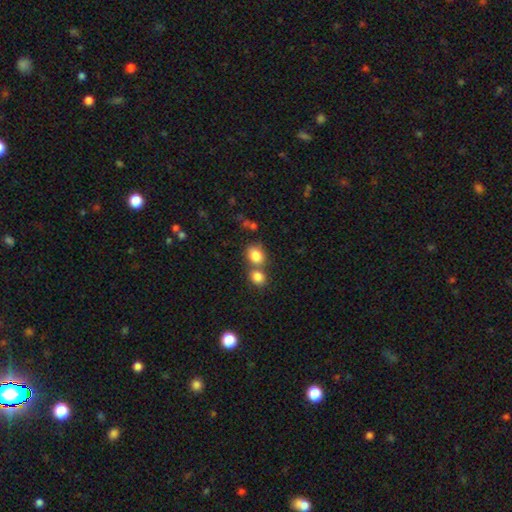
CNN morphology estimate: A smooth galaxy with no disk features (82%) that is round (55%).

Vote fractions:
- Smooth or featured? smooth: 82% / star or artifact: 10% / featured or disk: 8%
- How rounded? round: 55% / in between: 43% / cigar-shaped: 1%
- Merging? none: 44% (tied) / merger: 44% (tied) / minor disturbance: 9% / major disturbance: 4%